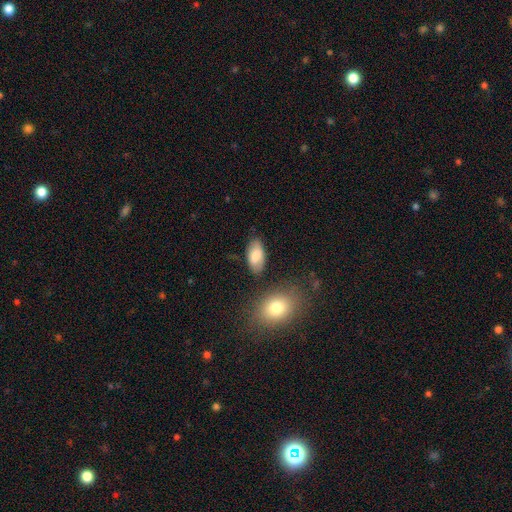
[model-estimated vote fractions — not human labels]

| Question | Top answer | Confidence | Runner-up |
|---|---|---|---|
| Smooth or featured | smooth | 79% | featured or disk (14%) |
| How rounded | in between | 94% | cigar-shaped (3%) |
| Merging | none | 79% | minor disturbance (14%) |